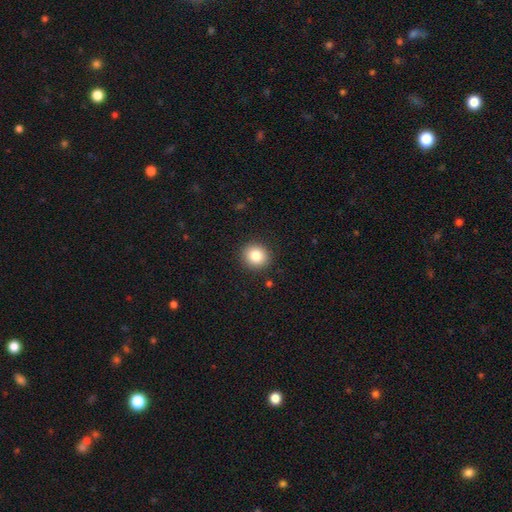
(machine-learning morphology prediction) Q: Smooth or featured?
A: smooth (84%); runner-up: star or artifact (10%)
Q: How rounded?
A: round (88%); runner-up: in between (12%)
Q: Merging?
A: none (91%); runner-up: minor disturbance (6%)